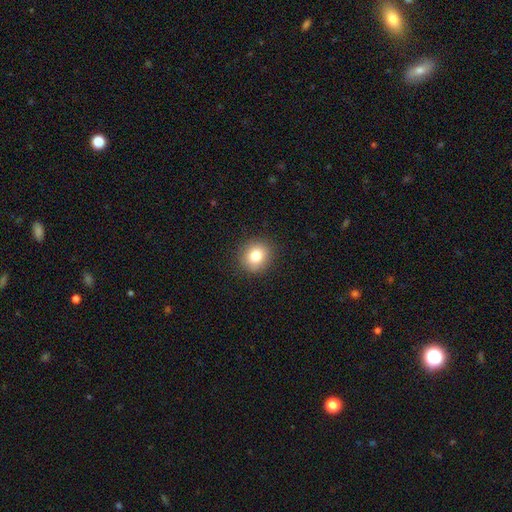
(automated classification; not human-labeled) This appears to be a smooth galaxy with no disk features (81%) that is round (79%). Merging: none (90%).